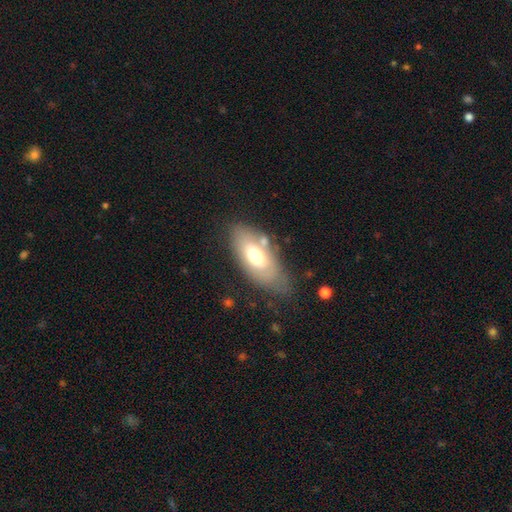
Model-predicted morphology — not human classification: Smooth or featured? Predicted: smooth (p=0.61). How rounded? Predicted: in between (p=0.87). Merging? Predicted: none (p=0.62).